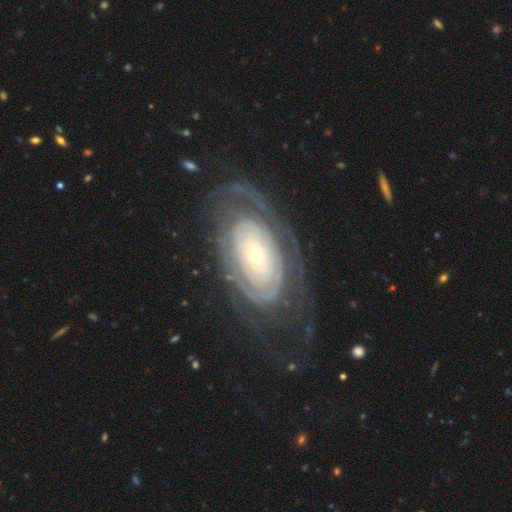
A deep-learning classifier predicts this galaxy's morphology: Q: Smooth or featured?
A: featured or disk (82%); runner-up: smooth (13%)
Q: Edge-on disk?
A: no (94%); runner-up: yes (6%)
Q: Bar?
A: no (83%); runner-up: weak (11%)
Q: Spiral arms?
A: yes (82%); runner-up: no (18%)
Q: Spiral winding?
A: tight (77%); runner-up: medium (15%)
Q: Spiral arm count?
A: can't tell (50%); runner-up: 2 (18%)
Q: Bulge size?
A: small (72%); runner-up: moderate (21%)
Q: Merging?
A: none (62%); runner-up: major disturbance (20%)